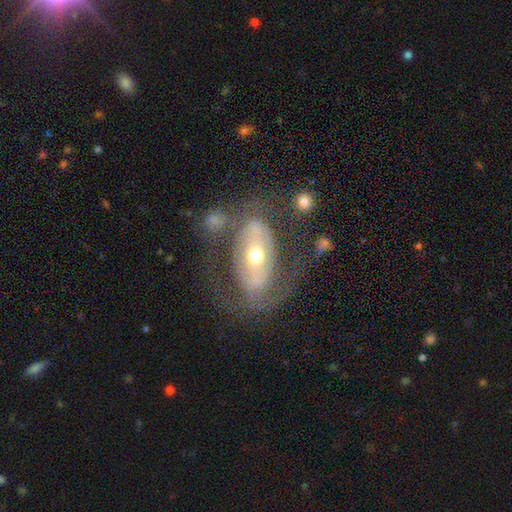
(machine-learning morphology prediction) Smooth or featured? featured or disk (72%)
Edge-on disk? no (92%)
Bar? no (37%)
Spiral arms? yes (55%)
Bulge size? moderate (66%)
Merging? none (56%)